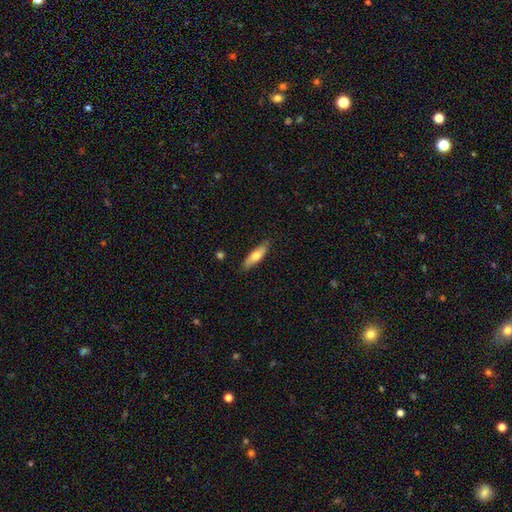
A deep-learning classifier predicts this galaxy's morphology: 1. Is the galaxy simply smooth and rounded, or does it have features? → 67% smooth, 27% featured or disk, 6% star or artifact.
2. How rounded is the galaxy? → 52% cigar-shaped, 46% in between, 2% round.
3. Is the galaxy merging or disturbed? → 84% none, 12% minor disturbance, 2% major disturbance, 1% merger.